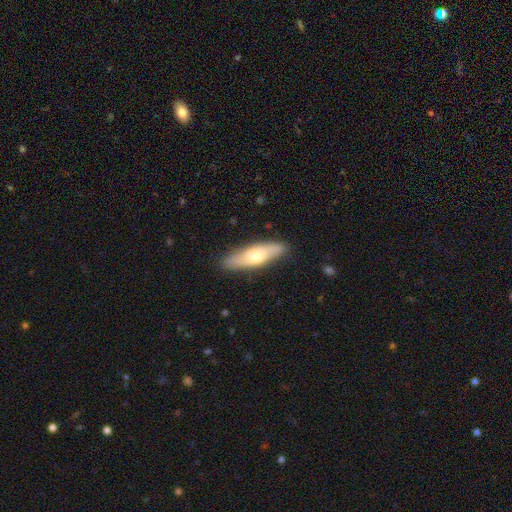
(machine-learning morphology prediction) Smooth or featured? Predicted: smooth (p=0.56). How rounded? Predicted: cigar-shaped (p=0.59). Merging? Predicted: none (p=0.88).